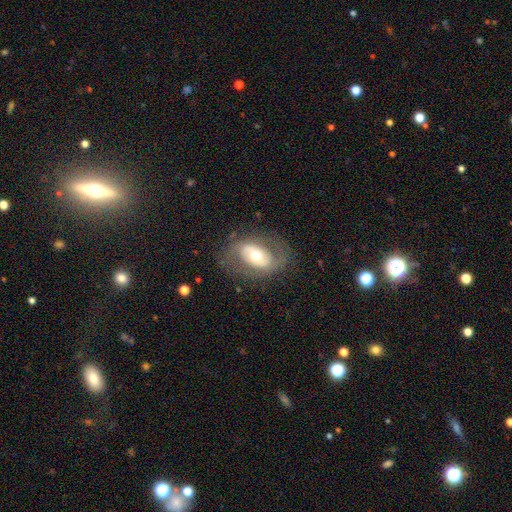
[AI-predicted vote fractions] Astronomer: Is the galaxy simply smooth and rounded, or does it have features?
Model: featured or disk — 60%.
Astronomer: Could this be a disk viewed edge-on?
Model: no — 93%.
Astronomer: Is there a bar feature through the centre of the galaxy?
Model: no — 51% (runner-up: weak, 29%).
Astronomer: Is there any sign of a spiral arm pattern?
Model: yes — 57% (runner-up: no, 43%).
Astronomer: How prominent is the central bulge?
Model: moderate — 68%.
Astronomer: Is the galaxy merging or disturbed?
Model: none — 70%.